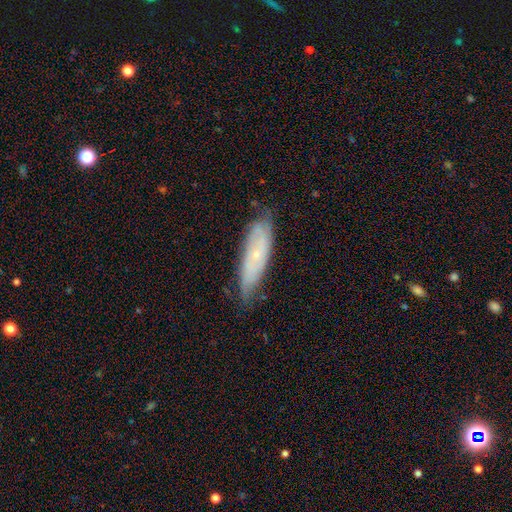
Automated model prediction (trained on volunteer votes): This is possibly a featured or disk galaxy (59%). It is likely not viewed edge-on (74%). Merging: likely none (70%).